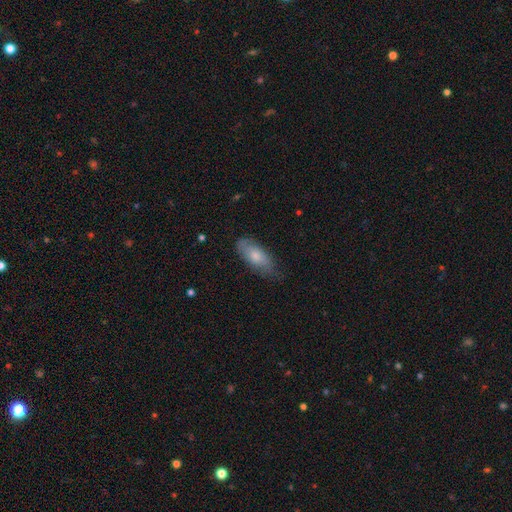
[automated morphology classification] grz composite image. It shows a smooth galaxy with no disk features (71%) that is in between round and cigar-shaped (83%). Merging: none (66%).